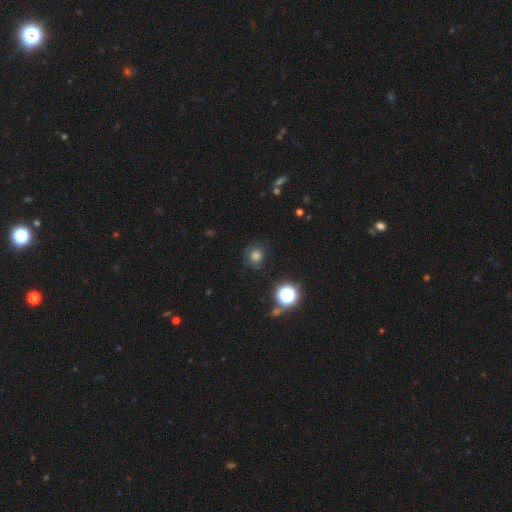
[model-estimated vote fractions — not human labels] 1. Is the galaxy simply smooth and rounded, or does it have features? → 58% smooth, 21% featured or disk, 20% star or artifact.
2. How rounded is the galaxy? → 87% round, 12% in between, 1% cigar-shaped.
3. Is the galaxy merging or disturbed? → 72% none, 17% minor disturbance, 9% major disturbance, 2% merger.